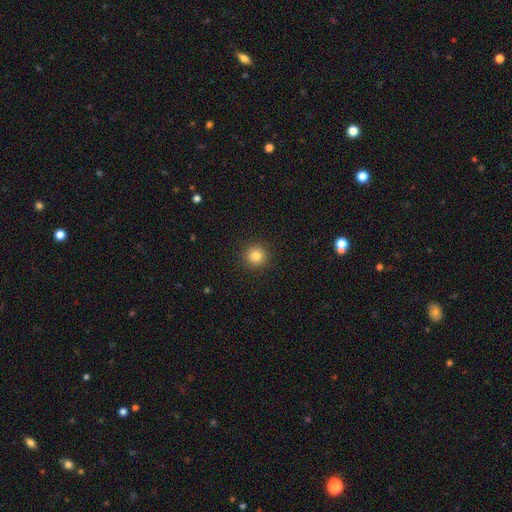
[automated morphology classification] smooth-or-featured: smooth: 83% | star or artifact: 12% | featured or disk: 5%
  how-rounded: round: 95% | in between: 4% | cigar-shaped: 1%
  merging: none: 93% | minor disturbance: 5% | major disturbance: 2% | merger: 1%